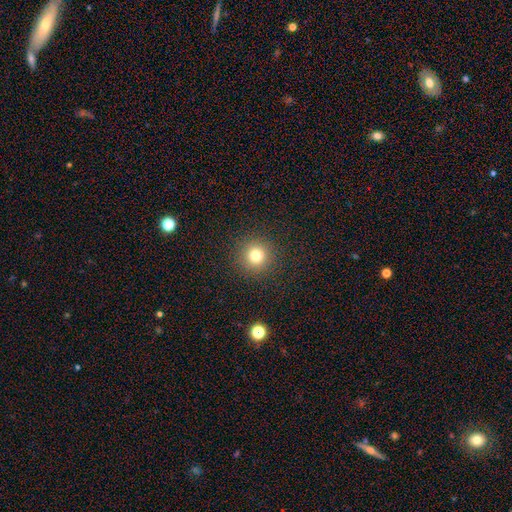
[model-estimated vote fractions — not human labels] Overall: smooth (78%). How rounded: round (94%). Merging: none (91%).